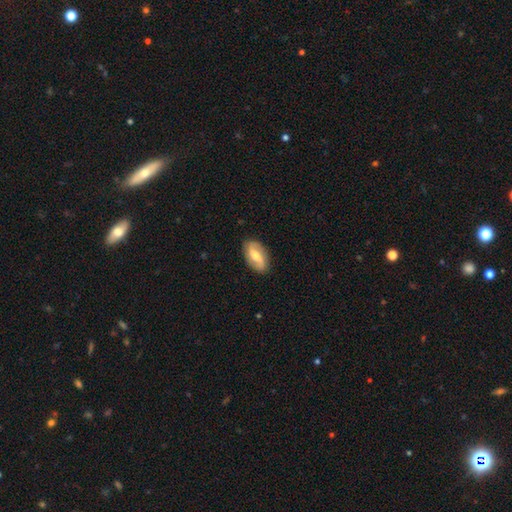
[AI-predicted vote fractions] smooth_or_featured: featured or disk (p=0.67) [alt: smooth p=0.27]
disk_edge_on: no (p=0.94) [alt: yes p=0.06]
bar: weak (p=0.45) [alt: strong p=0.30]
has_spiral_arms: yes (p=0.88) [alt: no p=0.12]
spiral_winding: loose (p=0.55) [alt: medium p=0.31]
spiral_arm_count: 2 (p=0.90) [alt: can't tell p=0.05]
bulge_size: moderate (p=0.61) [alt: small p=0.29]
merging: none (p=0.86) [alt: minor disturbance p=0.11]